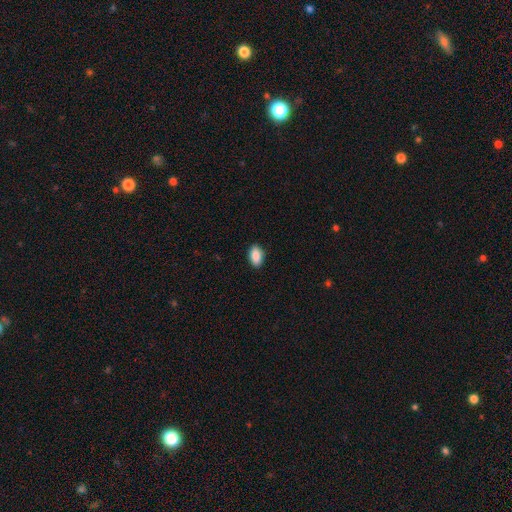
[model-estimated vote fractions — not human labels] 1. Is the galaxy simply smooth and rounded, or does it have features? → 90% smooth, 7% star or artifact, 3% featured or disk.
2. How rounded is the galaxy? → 93% in between, 5% round, 2% cigar-shaped.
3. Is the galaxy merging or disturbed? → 89% none, 8% minor disturbance, 2% major disturbance, 1% merger.